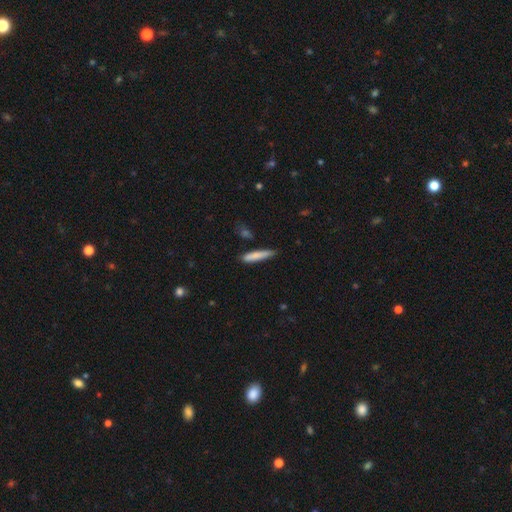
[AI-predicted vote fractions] Smooth or featured?
  - smooth: 80% *
  - featured or disk: 14%
  - star or artifact: 6%
How rounded?
  - cigar-shaped: 90% *
  - in between: 8%
  - round: 1%
Merging?
  - none: 79% *
  - minor disturbance: 16%
  - merger: 3%
  - major disturbance: 3%